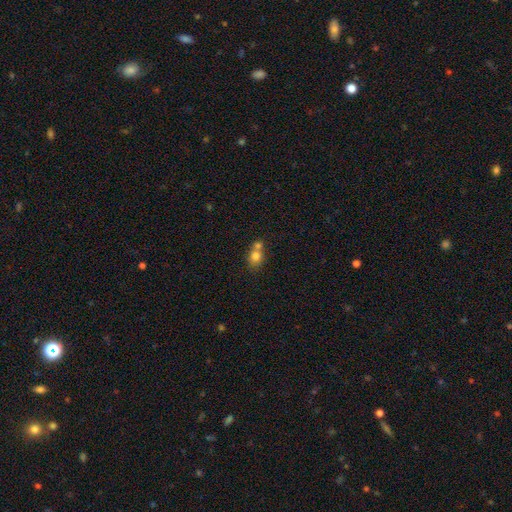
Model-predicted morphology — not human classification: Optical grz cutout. It shows a smooth galaxy with no disk features (77%) that is round (69%). Merging: merger (55%).